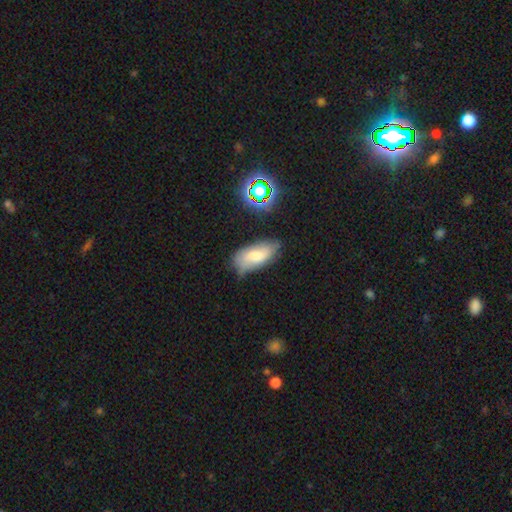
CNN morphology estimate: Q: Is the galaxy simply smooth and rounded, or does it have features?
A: smooth — 56%.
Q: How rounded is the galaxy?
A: in between — 89%.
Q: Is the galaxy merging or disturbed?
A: none — 62%.